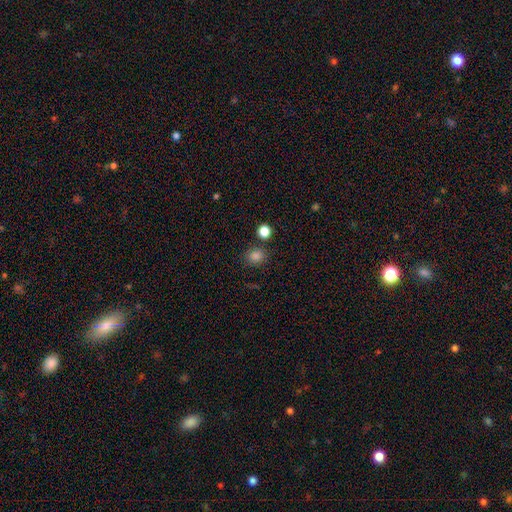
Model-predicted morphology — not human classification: type=smooth (83%); roundness=round (65%); merging=none (80%).